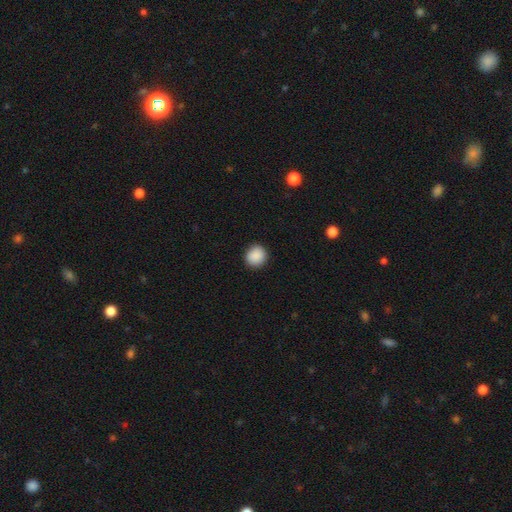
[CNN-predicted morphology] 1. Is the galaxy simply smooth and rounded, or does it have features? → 90% smooth, 8% star or artifact, 3% featured or disk.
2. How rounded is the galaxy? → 90% round, 10% in between, 1% cigar-shaped.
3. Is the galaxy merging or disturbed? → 90% none, 7% minor disturbance, 2% major disturbance, 1% merger.